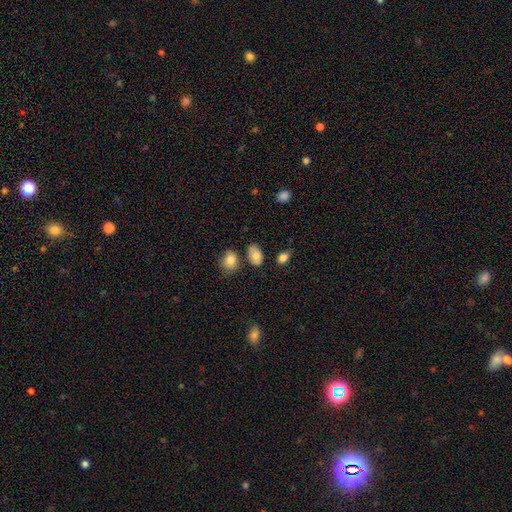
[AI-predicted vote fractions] smooth 80%, featured or disk 11%, star or artifact 9%. Down the decision tree: how rounded — in between (87%); merging — none (71%).